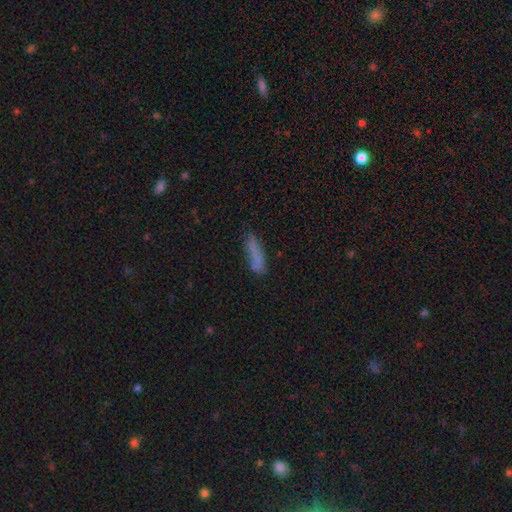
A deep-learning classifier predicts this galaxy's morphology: Smooth or featured?
  - smooth: 75% *
  - featured or disk: 15%
  - star or artifact: 10%
How rounded?
  - cigar-shaped: 70% *
  - in between: 28%
  - round: 2%
Merging?
  - none: 63% *
  - minor disturbance: 23%
  - major disturbance: 9%
  - merger: 5%